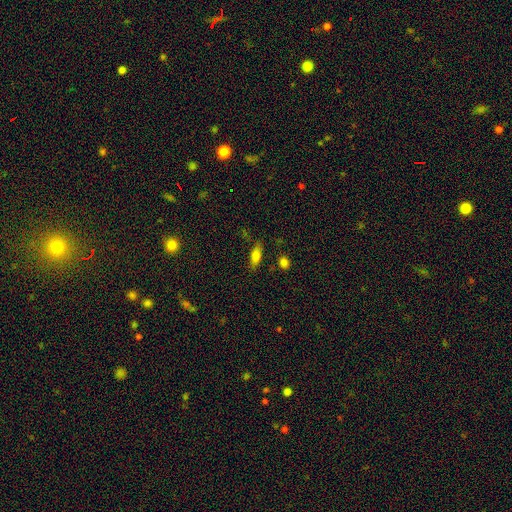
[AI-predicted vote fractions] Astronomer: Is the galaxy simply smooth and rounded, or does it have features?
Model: smooth — 73%.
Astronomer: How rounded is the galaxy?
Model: in between — 68%.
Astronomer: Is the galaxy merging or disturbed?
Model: none — 77%.